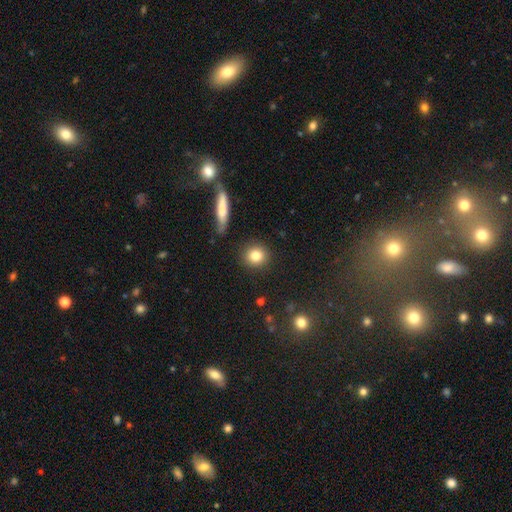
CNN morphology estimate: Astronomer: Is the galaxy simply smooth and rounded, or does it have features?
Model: smooth — 83%.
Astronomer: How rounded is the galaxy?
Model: round — 86%.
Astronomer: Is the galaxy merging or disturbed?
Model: none — 89%.